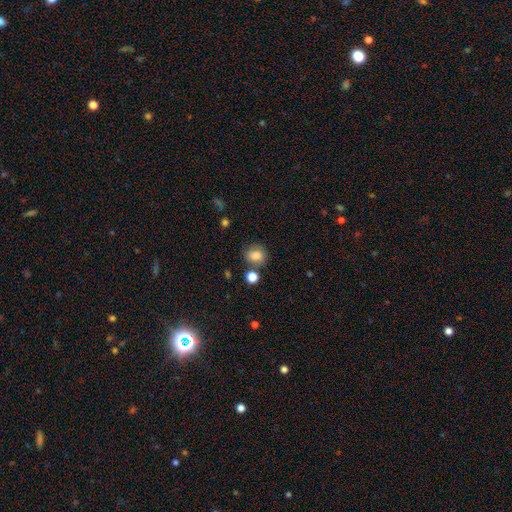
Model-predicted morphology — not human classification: A smooth galaxy with no disk features (81%) that is round (68%).

Vote fractions:
- Smooth or featured? smooth: 81% / star or artifact: 11% / featured or disk: 8%
- How rounded? round: 68% / in between: 31% / cigar-shaped: 1%
- Merging? none: 71% / minor disturbance: 14% / merger: 10% / major disturbance: 5%